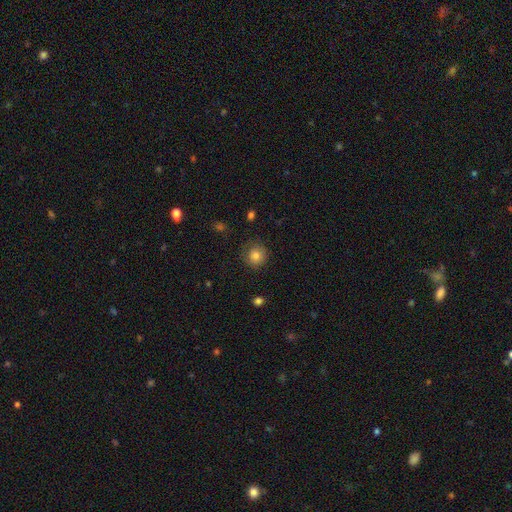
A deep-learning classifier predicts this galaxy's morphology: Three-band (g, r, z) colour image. It shows a smooth galaxy with no disk features (80%) that is round (91%). Merging: none (78%).